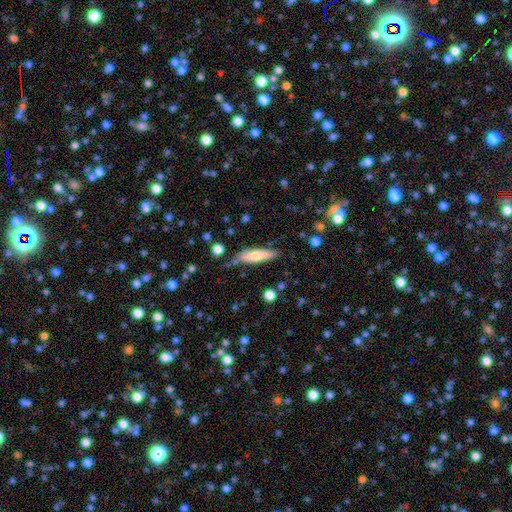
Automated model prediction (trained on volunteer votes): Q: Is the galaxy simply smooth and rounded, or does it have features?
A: smooth — 67%.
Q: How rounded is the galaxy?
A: cigar-shaped — 71%.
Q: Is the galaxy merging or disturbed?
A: none — 78%.